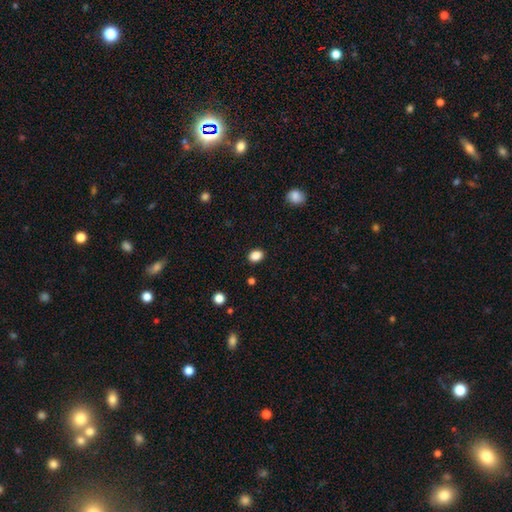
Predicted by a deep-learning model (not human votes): Q: Smooth or featured?
A: smooth (87%); runner-up: star or artifact (10%)
Q: How rounded?
A: in between (62%); runner-up: round (37%)
Q: Merging?
A: none (88%); runner-up: minor disturbance (8%)